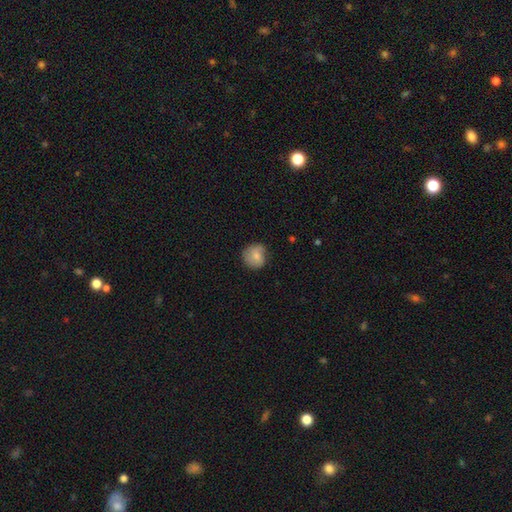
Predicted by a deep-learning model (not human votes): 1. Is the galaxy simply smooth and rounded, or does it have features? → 75% smooth, 17% featured or disk, 8% star or artifact.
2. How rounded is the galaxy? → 87% round, 12% in between, 1% cigar-shaped.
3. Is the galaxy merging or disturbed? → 67% none, 26% minor disturbance, 6% major disturbance, 1% merger.